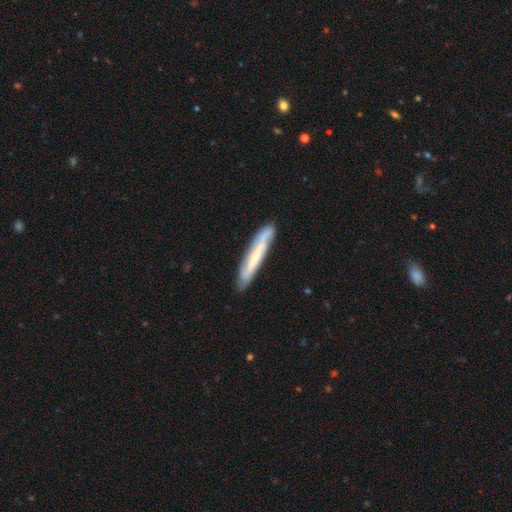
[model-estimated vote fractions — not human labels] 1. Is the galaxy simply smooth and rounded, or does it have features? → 55% featured or disk, 39% smooth, 6% star or artifact.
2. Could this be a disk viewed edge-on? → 67% yes, 33% no.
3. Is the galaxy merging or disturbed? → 84% none, 12% minor disturbance, 2% major disturbance, 2% merger.